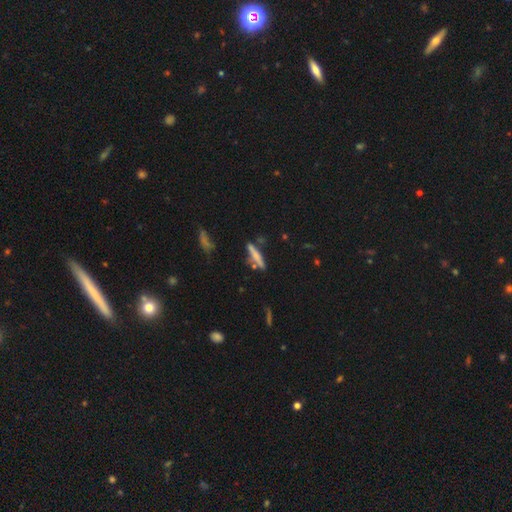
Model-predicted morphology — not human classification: Q: Smooth or featured?
A: smooth (57%); runner-up: featured or disk (35%)
Q: How rounded?
A: cigar-shaped (90%); runner-up: in between (8%)
Q: Merging?
A: none (71%); runner-up: minor disturbance (15%)